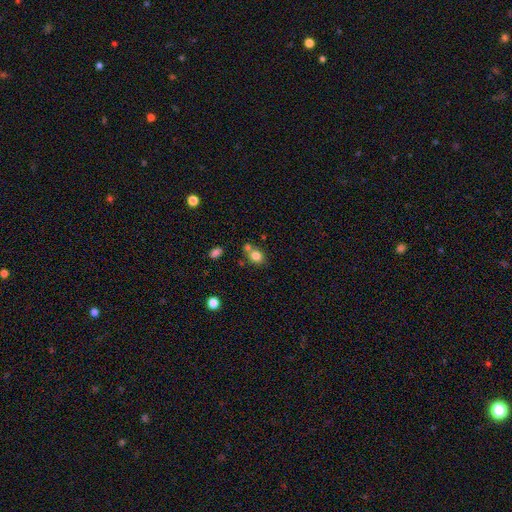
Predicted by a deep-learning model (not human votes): Smooth or featured? smooth (81%)
How rounded? round (56%)
Merging? none (55%)